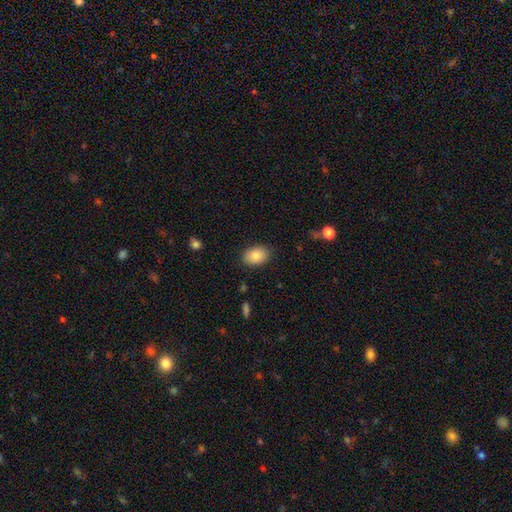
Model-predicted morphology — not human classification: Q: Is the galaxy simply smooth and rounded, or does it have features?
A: smooth — 85%.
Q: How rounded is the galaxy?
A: in between — 82%.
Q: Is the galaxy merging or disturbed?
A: none — 85%.